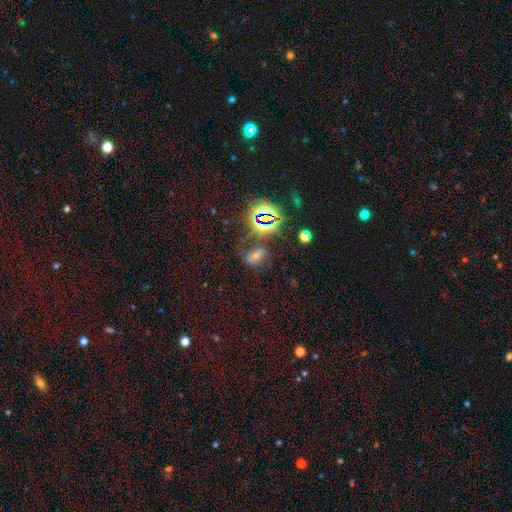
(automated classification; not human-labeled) A star or artifact, not a galaxy (47%).

Vote fractions:
- Smooth or featured? star or artifact: 47% / smooth: 31% / featured or disk: 22%